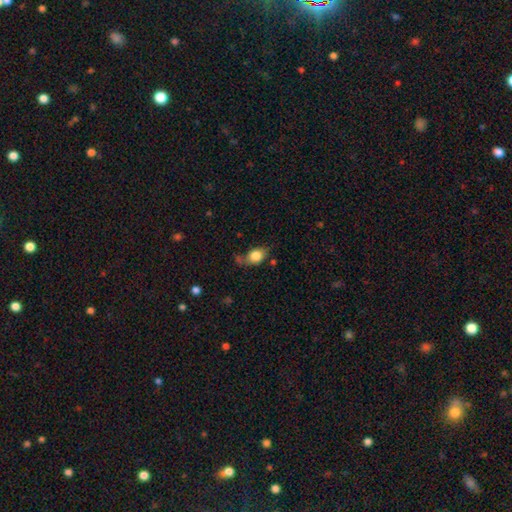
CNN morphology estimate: smooth 82%, featured or disk 10%, star or artifact 8%. Down the decision tree: how rounded — in between (64%); merging — none (49%).